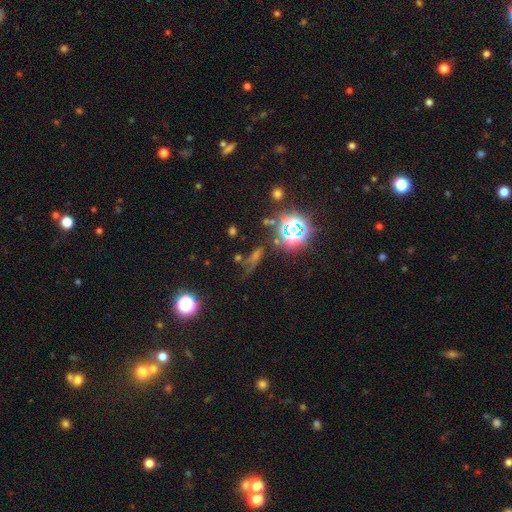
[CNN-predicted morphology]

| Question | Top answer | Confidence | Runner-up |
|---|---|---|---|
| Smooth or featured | star or artifact | 54% | smooth (28%) |